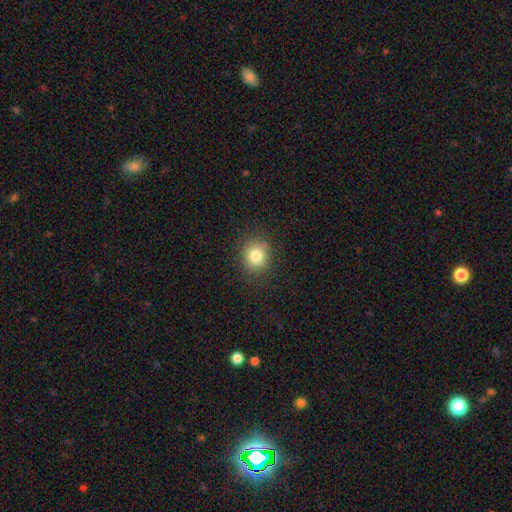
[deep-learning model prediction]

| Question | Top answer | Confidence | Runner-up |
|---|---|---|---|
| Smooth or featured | smooth | 82% | star or artifact (11%) |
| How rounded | round | 76% | in between (23%) |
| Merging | none | 88% | minor disturbance (8%) |